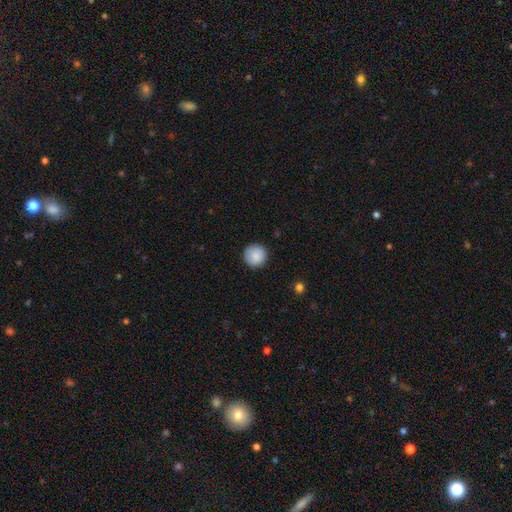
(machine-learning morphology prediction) type=smooth (88%); roundness=round (96%); merging=none (90%).